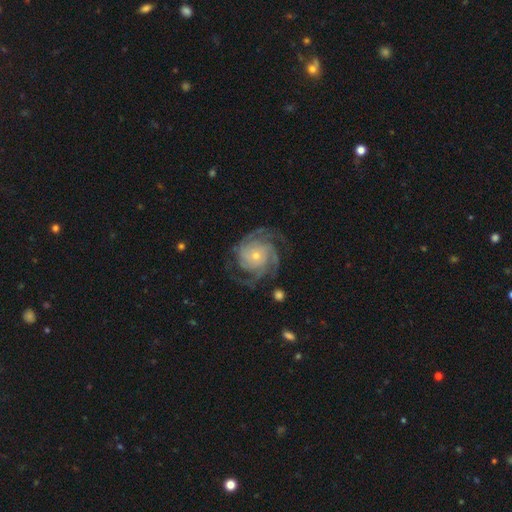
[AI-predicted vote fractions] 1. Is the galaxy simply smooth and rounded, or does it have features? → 91% featured or disk, 5% smooth, 4% star or artifact.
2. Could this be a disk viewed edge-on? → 98% no, 2% yes.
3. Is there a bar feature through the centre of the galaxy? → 78% no, 17% weak, 5% strong.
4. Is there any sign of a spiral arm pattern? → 98% yes, 2% no.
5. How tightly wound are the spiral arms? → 59% tight, 35% medium, 6% loose.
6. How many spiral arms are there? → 39% 3, 22% 4, 14% 2, 11% can't tell, 7% more than 4, 6% 1.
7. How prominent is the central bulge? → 71% small, 24% moderate, 2% large, 2% none, 1% dominant.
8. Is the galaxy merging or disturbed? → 75% none, 15% minor disturbance, 9% major disturbance, 1% merger.